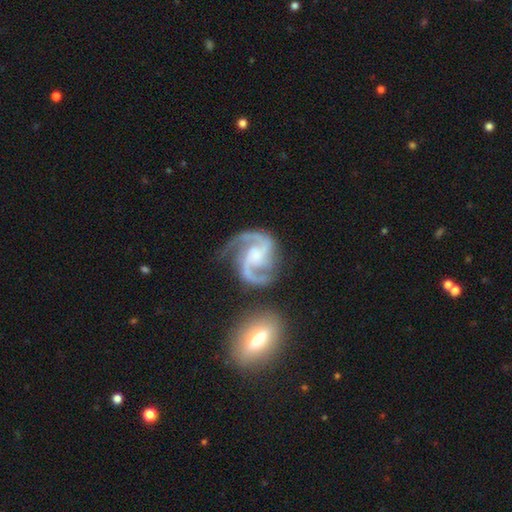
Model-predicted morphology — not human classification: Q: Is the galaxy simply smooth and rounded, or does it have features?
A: featured or disk — 93%.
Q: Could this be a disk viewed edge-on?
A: no — 98%.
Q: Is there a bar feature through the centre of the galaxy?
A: no — 47%.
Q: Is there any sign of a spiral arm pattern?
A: yes — 98%.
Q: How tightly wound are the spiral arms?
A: medium — 62%.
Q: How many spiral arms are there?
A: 2 — 83%.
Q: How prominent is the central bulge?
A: small — 36%.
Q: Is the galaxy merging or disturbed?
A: none — 63%.